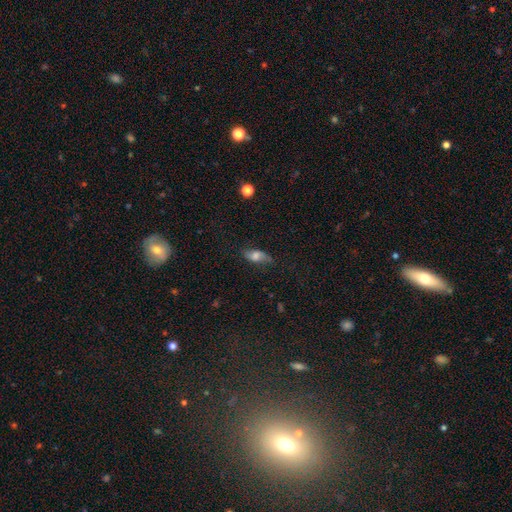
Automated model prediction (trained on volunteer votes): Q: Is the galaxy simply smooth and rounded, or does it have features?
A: smooth — 64%.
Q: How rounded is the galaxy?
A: in between — 81%.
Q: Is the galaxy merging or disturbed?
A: none — 73%.